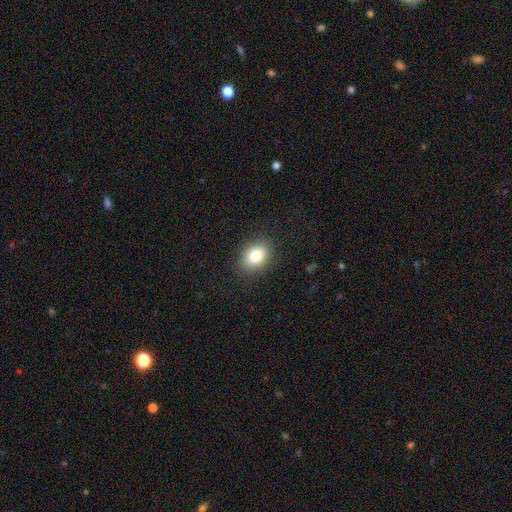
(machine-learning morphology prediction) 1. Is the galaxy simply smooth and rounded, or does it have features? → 84% smooth, 9% star or artifact, 7% featured or disk.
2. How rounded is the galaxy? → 77% in between, 22% round, 1% cigar-shaped.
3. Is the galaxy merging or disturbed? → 87% none, 9% minor disturbance, 3% major disturbance, 1% merger.